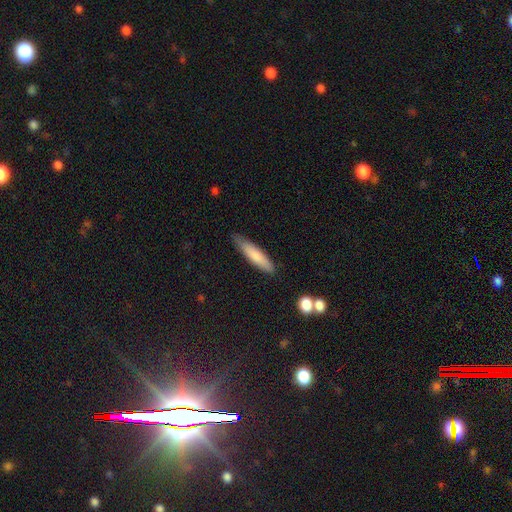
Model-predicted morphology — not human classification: The model was most divided on "smooth or featured": smooth: 77%, featured or disk: 17%, star or artifact: 6%. More confident: how rounded — cigar-shaped (83%); merging — none (80%).